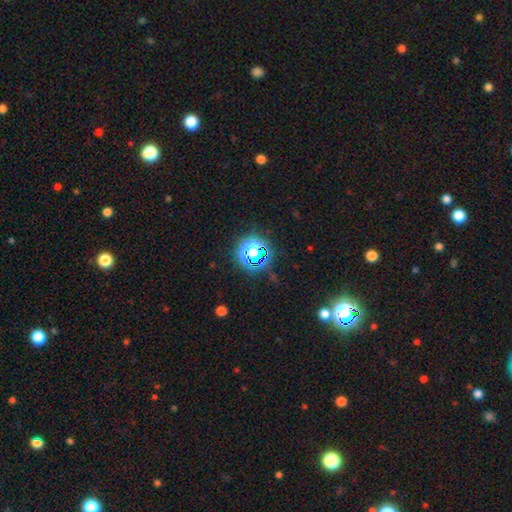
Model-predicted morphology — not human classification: Smooth or featured? star or artifact (62%)